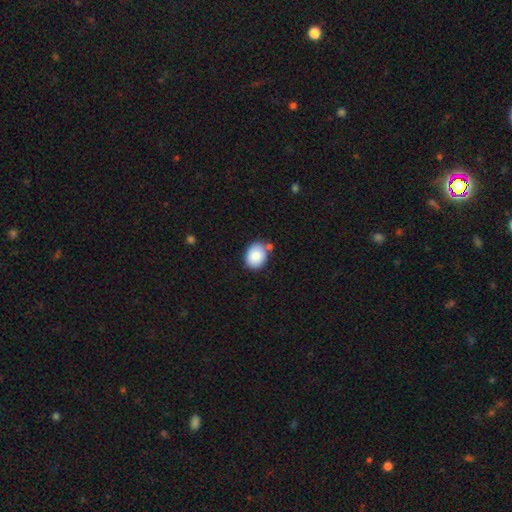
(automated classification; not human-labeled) This is clearly a smooth galaxy (86%). How rounded: likely in between (63%). Merging: likely none (73%).